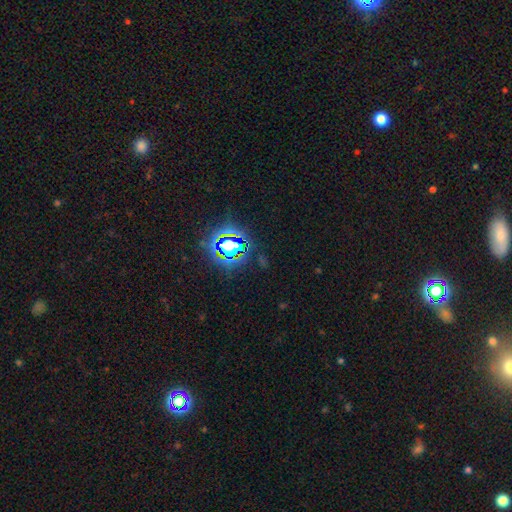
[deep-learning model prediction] This is likely a star or artifact rather than a galaxy (80%).